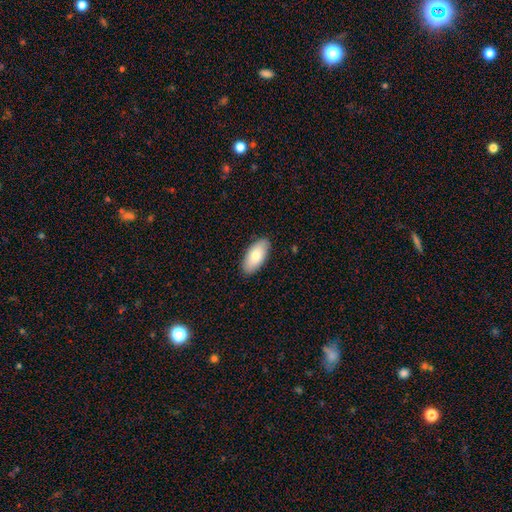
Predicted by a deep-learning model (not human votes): Morphology: type=smooth (77%); roundness=in between (93%); merging=none (88%).